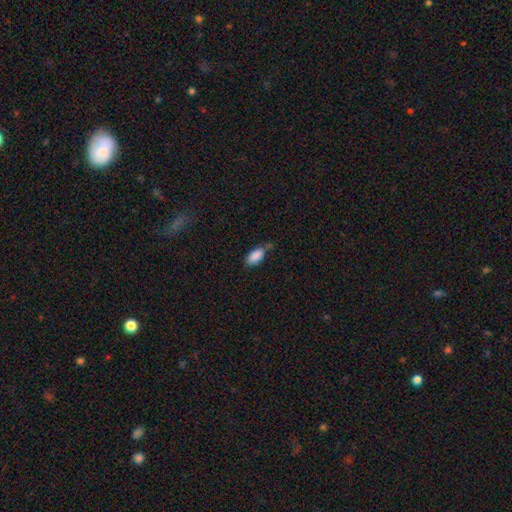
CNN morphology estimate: Smooth or featured? smooth (87%)
How rounded? in between (92%)
Merging? none (50%)